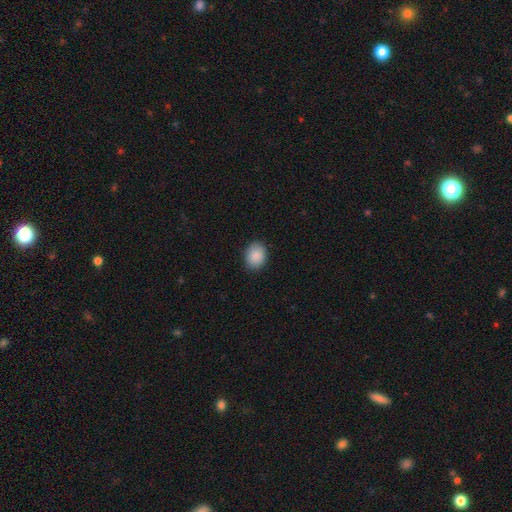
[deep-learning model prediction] Q: Smooth or featured?
A: smooth (89%); runner-up: star or artifact (7%)
Q: How rounded?
A: in between (56%); runner-up: round (43%)
Q: Merging?
A: none (88%); runner-up: minor disturbance (9%)